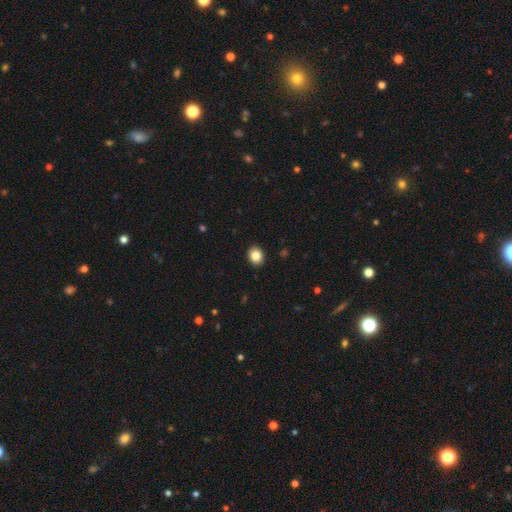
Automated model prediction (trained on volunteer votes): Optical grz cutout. It shows a smooth galaxy with no disk features (85%) that is round (54%). Merging: none (91%).